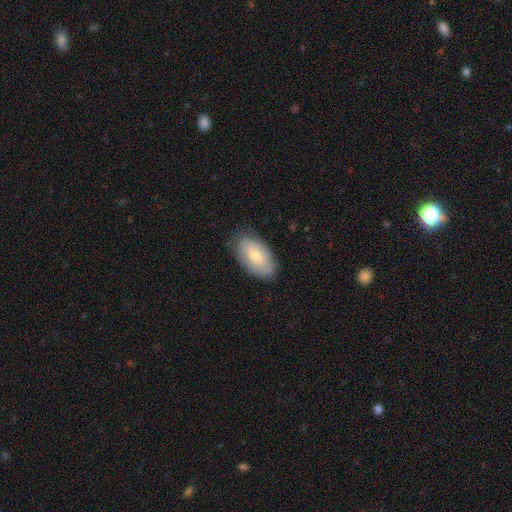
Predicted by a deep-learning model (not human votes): This appears to be a smooth galaxy with no disk features (72%) that is in between round and cigar-shaped (95%). Merging: none (78%).